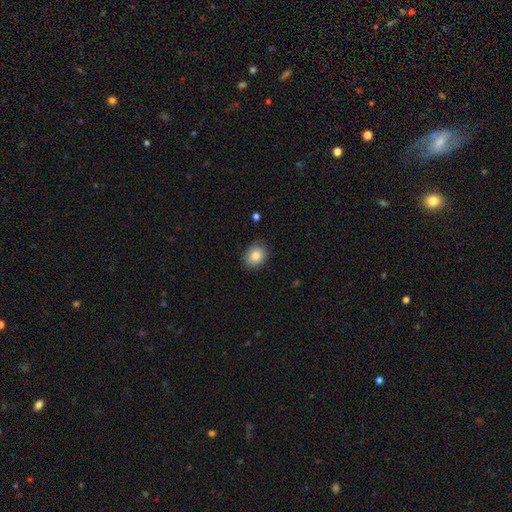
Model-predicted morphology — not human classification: Smooth or featured: smooth — 86% (star or artifact — 8%)
How rounded: round — 57% (in between — 43%)
Merging: none — 85% (minor disturbance — 12%)